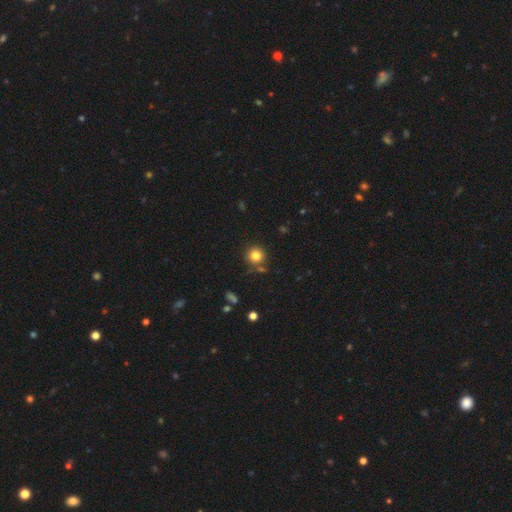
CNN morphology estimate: A smooth galaxy with no disk features (82%) that is round (92%).

Vote fractions:
- Smooth or featured? smooth: 82% / star or artifact: 12% / featured or disk: 6%
- How rounded? round: 92% / in between: 7% / cigar-shaped: 1%
- Merging? none: 80% / minor disturbance: 9% / merger: 8% / major disturbance: 3%